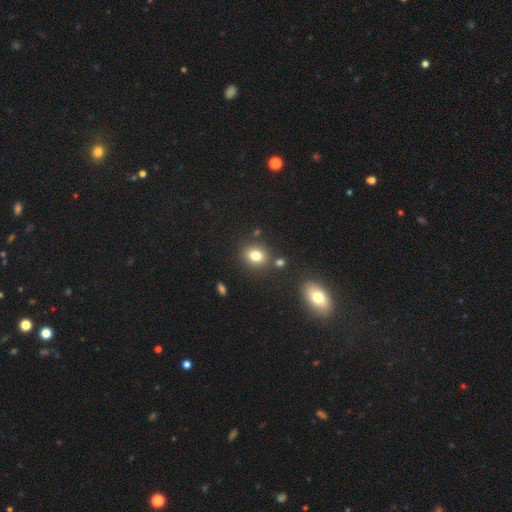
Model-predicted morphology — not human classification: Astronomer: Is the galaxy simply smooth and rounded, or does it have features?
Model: smooth — 79%.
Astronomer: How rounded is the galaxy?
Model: round — 64%.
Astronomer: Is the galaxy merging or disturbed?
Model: none — 78%.